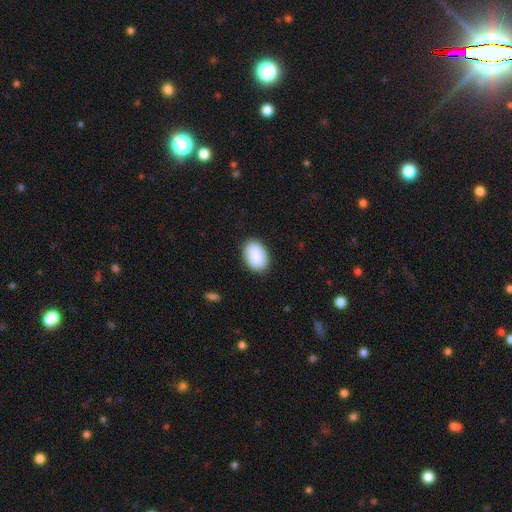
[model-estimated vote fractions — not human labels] Smooth or featured? smooth (90%)
How rounded? in between (88%)
Merging? none (86%)